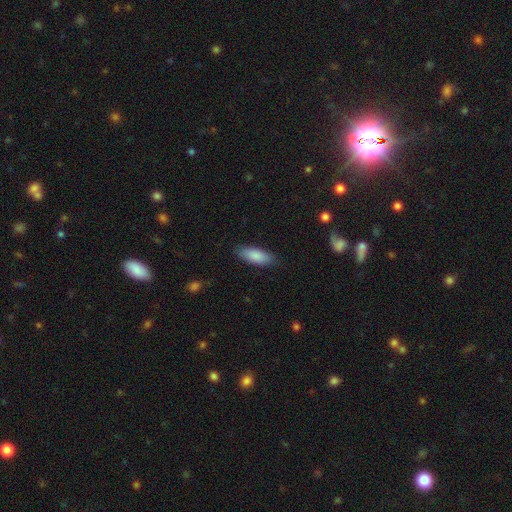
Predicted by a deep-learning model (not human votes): smooth-or-featured: smooth: 87% | featured or disk: 7% | star or artifact: 6%
  how-rounded: in between: 74% | cigar-shaped: 24% | round: 2%
  merging: none: 85% | minor disturbance: 11% | major disturbance: 2% | merger: 1%